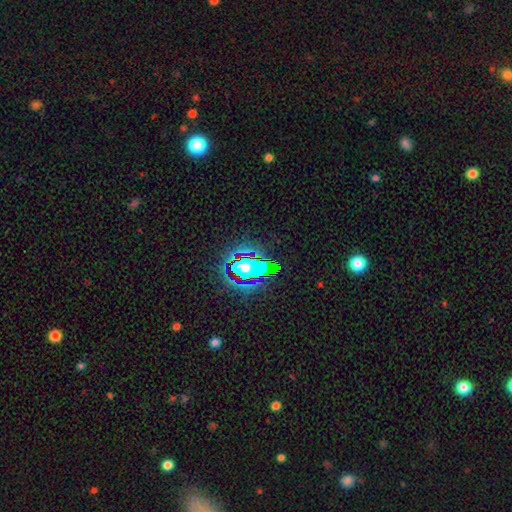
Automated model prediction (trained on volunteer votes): This is likely a star or artifact rather than a galaxy (65%).